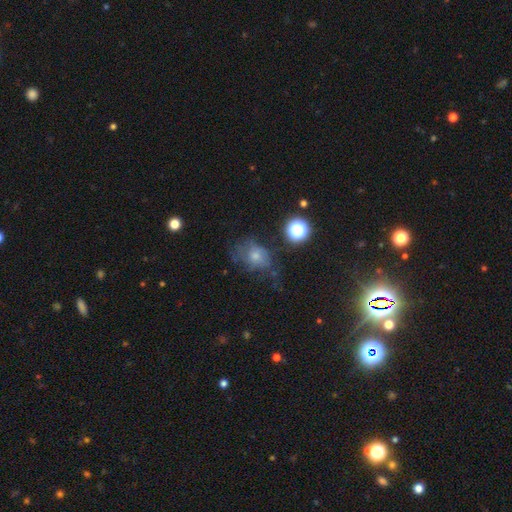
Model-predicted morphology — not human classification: smooth 45%, featured or disk 29%, star or artifact 25%. Down the decision tree: merging — none (46%).